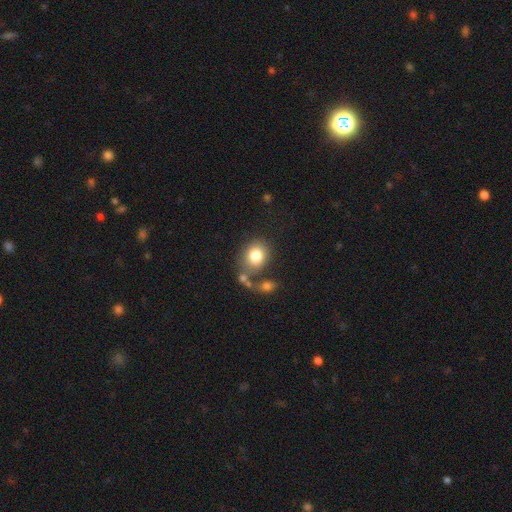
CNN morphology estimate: smooth-or-featured: smooth: 80% | featured or disk: 11% | star or artifact: 9%
  how-rounded: round: 64% | in between: 36% | cigar-shaped: 1%
  merging: none: 57% | merger: 19% | minor disturbance: 15% | major disturbance: 9%